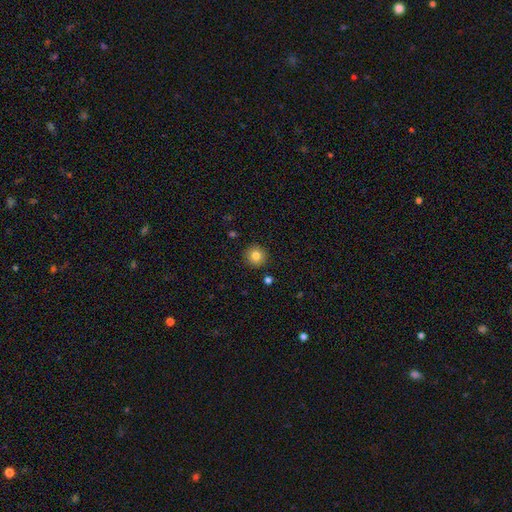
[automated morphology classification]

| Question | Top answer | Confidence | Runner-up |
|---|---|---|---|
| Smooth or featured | smooth | 84% | star or artifact (10%) |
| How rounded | round | 94% | in between (6%) |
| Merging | none | 90% | minor disturbance (6%) |